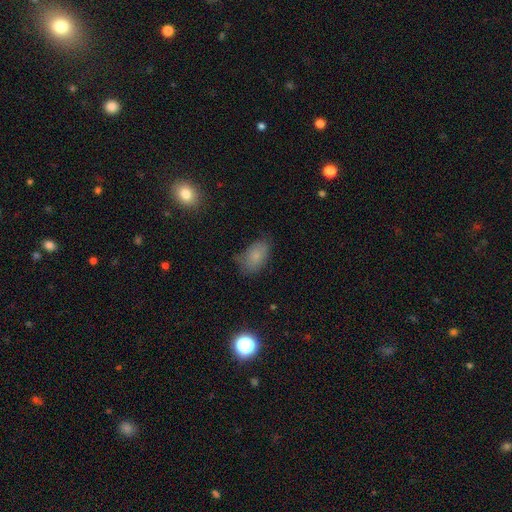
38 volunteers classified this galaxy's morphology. A smooth galaxy with no disk features (87%) that is in between round and cigar-shaped (97%). Merging: none (54%).